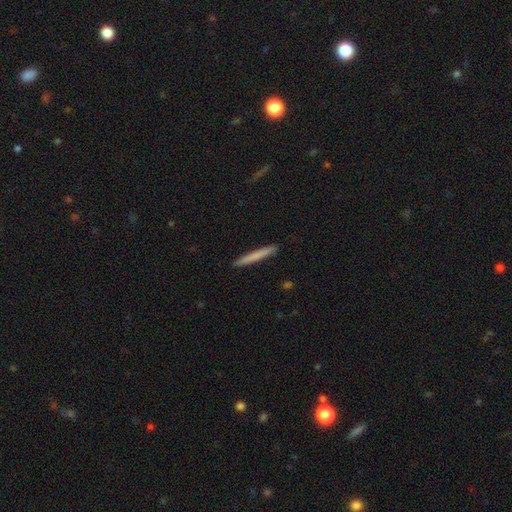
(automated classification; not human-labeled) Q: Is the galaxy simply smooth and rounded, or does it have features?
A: smooth — 71%.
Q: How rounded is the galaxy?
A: cigar-shaped — 97%.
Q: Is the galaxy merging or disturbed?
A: none — 92%.